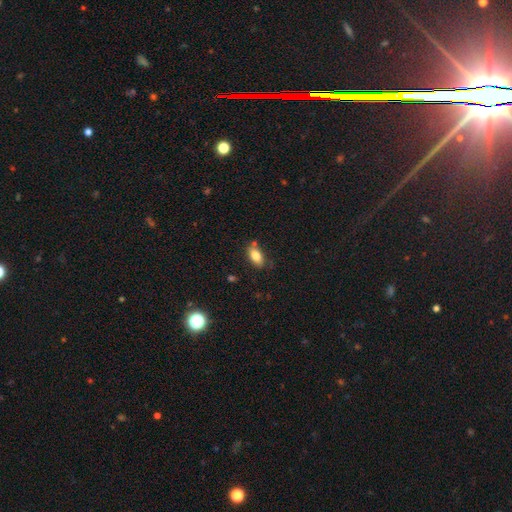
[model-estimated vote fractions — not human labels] smooth 81%, featured or disk 11%, star or artifact 8%. Down the decision tree: how rounded — in between (89%); merging — none (74%).